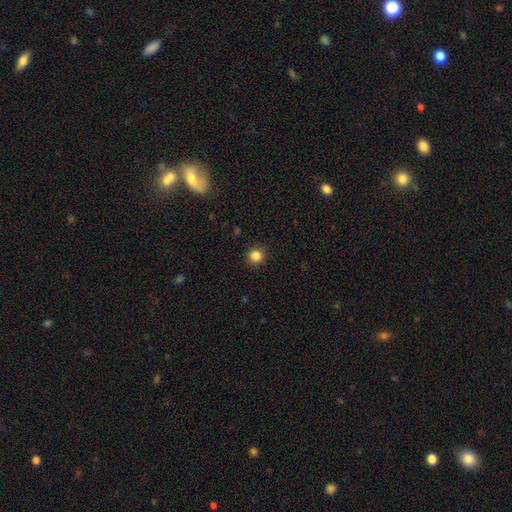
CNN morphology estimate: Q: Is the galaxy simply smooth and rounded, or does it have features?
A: smooth — 85%.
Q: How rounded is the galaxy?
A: round — 94%.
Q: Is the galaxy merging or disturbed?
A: none — 92%.